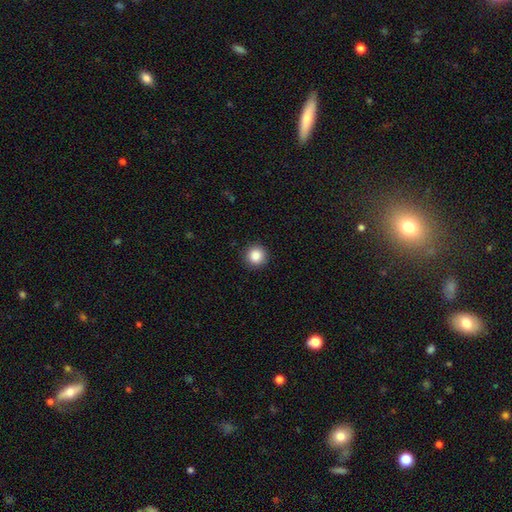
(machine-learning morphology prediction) The model was most divided on "smooth or featured": smooth: 87%, star or artifact: 10%, featured or disk: 3%. More confident: how rounded — round (95%); merging — none (91%).